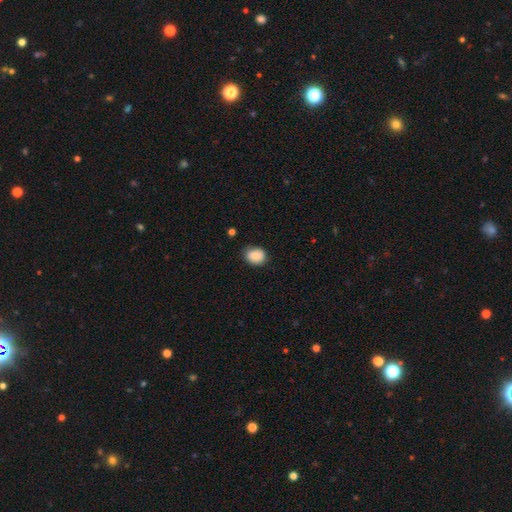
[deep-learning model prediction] A smooth galaxy with no disk features (87%) that is round (56%).

Vote fractions:
- Smooth or featured? smooth: 87% / star or artifact: 8% / featured or disk: 5%
- How rounded? round: 56% / in between: 43% / cigar-shaped: 1%
- Merging? none: 76% / minor disturbance: 19% / major disturbance: 3% / merger: 1%